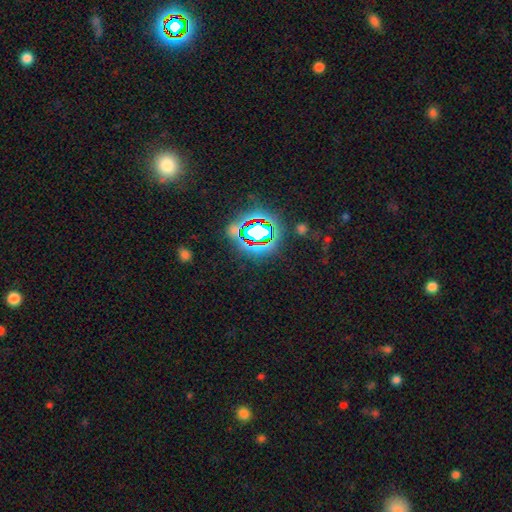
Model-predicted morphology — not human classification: A star or artifact, not a galaxy (79%).